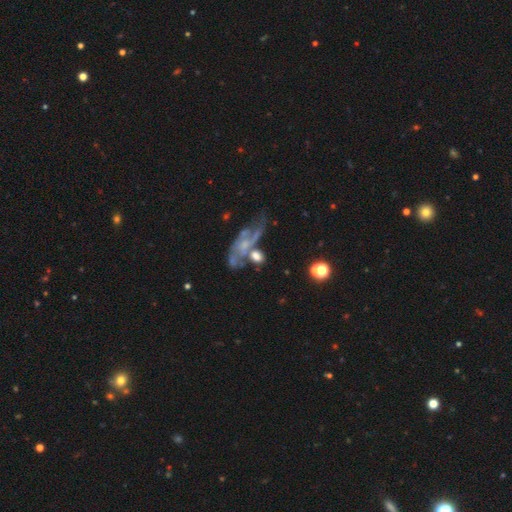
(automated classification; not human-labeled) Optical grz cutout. It shows a featured or disk galaxy (50%). Merging: none (30%).